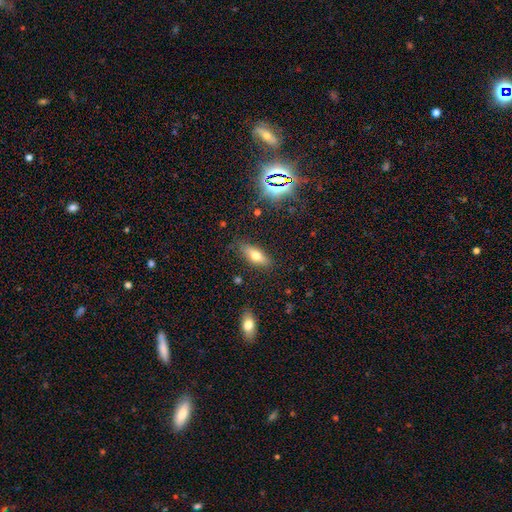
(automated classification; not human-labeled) A smooth galaxy with no disk features (63%) that is in between round and cigar-shaped (64%). Merging: none (83%).